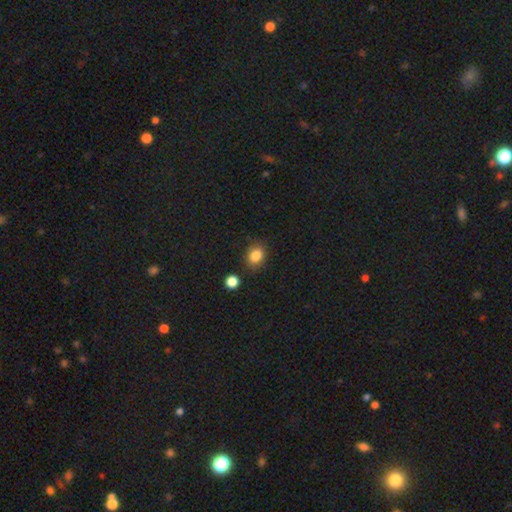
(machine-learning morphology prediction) Smooth or featured? Predicted: smooth (p=0.84). How rounded? Predicted: in between (p=0.50). Merging? Predicted: none (p=0.81).